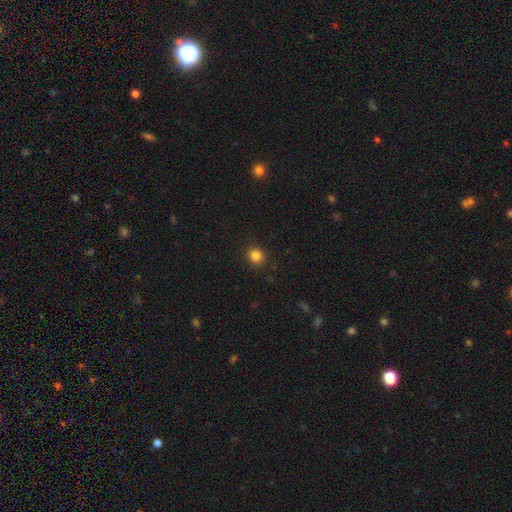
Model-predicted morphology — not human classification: This appears to be a smooth galaxy with no disk features (84%) that is round (85%). Merging: none (90%).